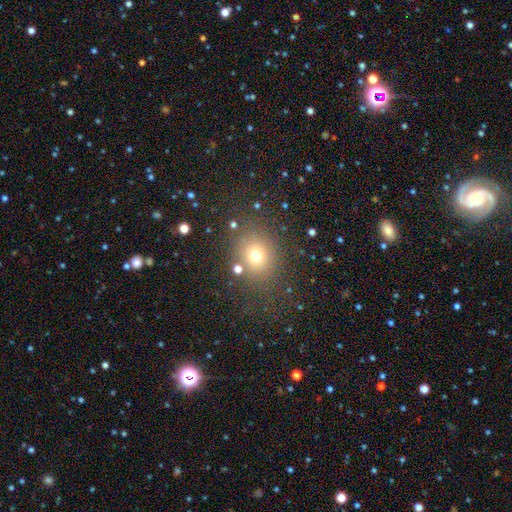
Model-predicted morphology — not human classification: This is likely a smooth galaxy (70%). How rounded: likely round (72%). Merging: likely none (78%).